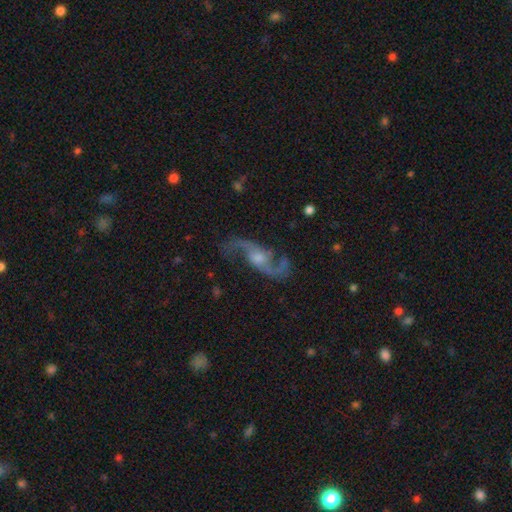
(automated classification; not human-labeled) featured or disk 89%, star or artifact 6%, smooth 4%. Down the decision tree: edge-on disk — no (94%); bar — no (55%); spiral arms — yes (97%); spiral arm count — 2 (94%); spiral winding — loose (63%); bulge size — moderate (53%); merging — none (78%).